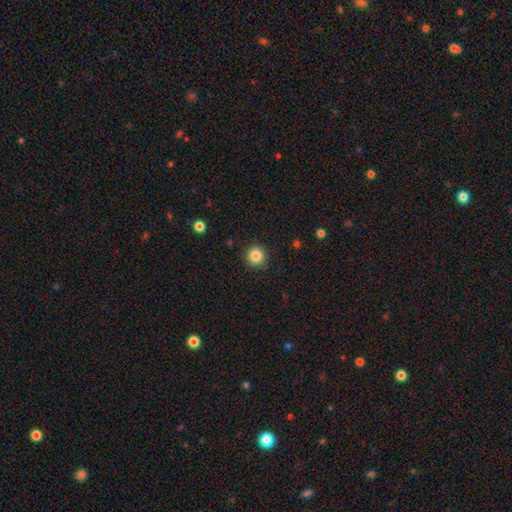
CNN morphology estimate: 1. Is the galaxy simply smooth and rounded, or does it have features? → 85% smooth, 10% star or artifact, 5% featured or disk.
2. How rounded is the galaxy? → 94% round, 6% in between, 1% cigar-shaped.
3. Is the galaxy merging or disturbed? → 90% none, 7% minor disturbance, 2% major disturbance, 1% merger.